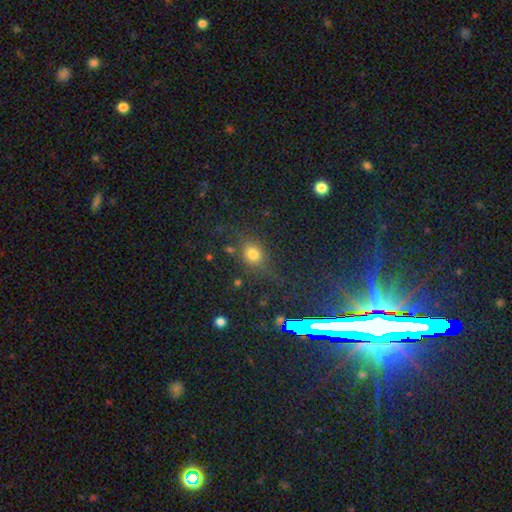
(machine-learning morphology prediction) A smooth galaxy with no disk features (59%) that is round (67%).

Vote fractions:
- Smooth or featured? smooth: 59% / star or artifact: 31% / featured or disk: 10%
- How rounded? round: 67% / in between: 31% / cigar-shaped: 3%
- Merging? none: 78% / minor disturbance: 13% / major disturbance: 6% / merger: 3%